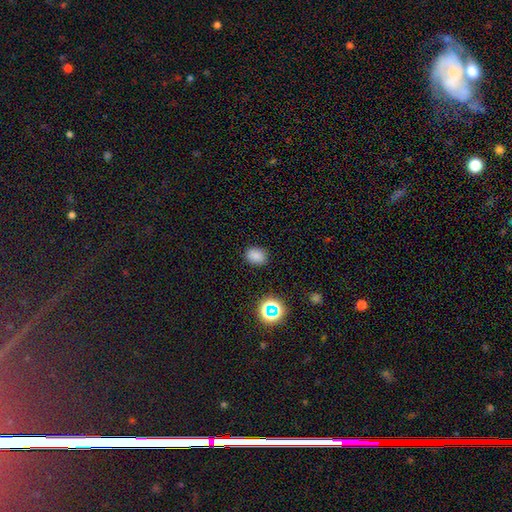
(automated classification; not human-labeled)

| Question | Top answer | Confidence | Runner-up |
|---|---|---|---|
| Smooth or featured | smooth | 80% | star or artifact (15%) |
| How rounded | in between | 61% | round (38%) |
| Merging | none | 85% | minor disturbance (10%) |